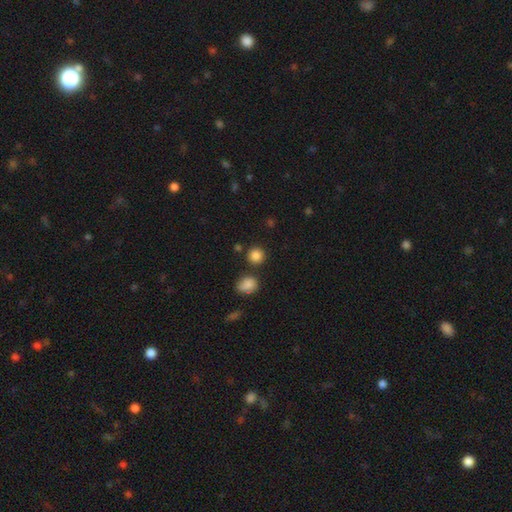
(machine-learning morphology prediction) Smooth or featured: smooth — 85% (star or artifact — 11%)
How rounded: round — 90% (in between — 9%)
Merging: none — 82% (minor disturbance — 8%)